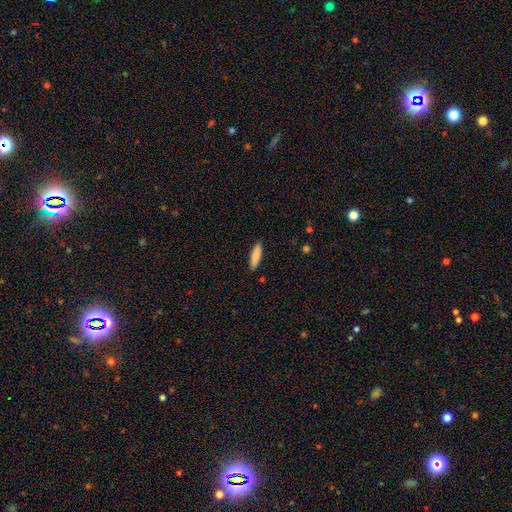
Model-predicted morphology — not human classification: Smooth or featured?
  - smooth: 86% *
  - featured or disk: 8%
  - star or artifact: 6%
How rounded?
  - cigar-shaped: 73% *
  - in between: 25%
  - round: 1%
Merging?
  - none: 90% *
  - minor disturbance: 7%
  - major disturbance: 2%
  - merger: 1%